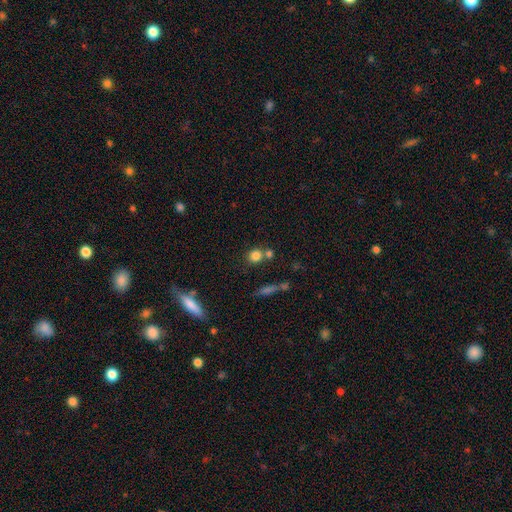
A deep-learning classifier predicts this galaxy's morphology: type=smooth (80%); roundness=round (81%); merging=none (58%).